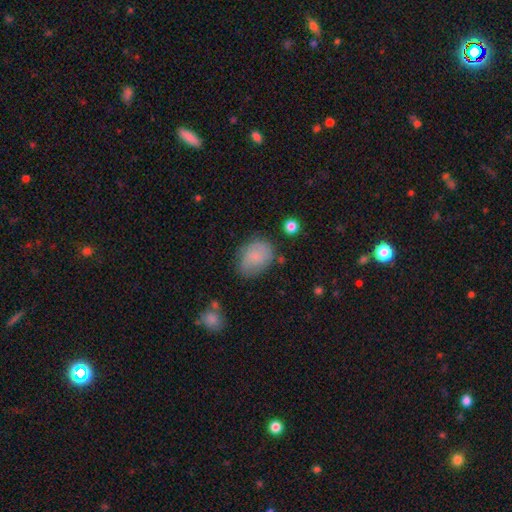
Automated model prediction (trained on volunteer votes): smooth 70%, featured or disk 21%, star or artifact 8%. Down the decision tree: how rounded — in between (69%); merging — none (64%).